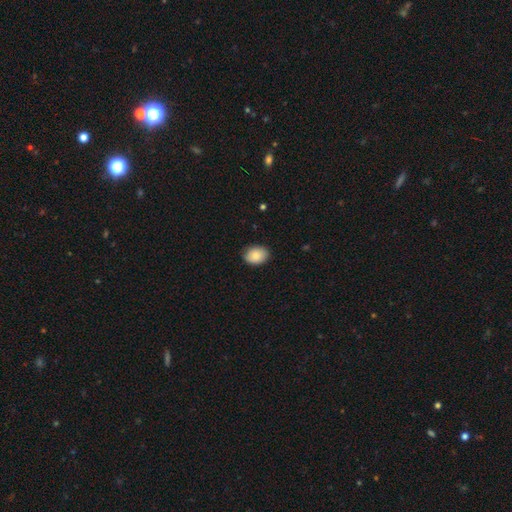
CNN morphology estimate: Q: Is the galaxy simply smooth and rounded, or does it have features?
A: smooth — 86%.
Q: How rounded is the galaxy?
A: in between — 71%.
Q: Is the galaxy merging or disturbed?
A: none — 84%.